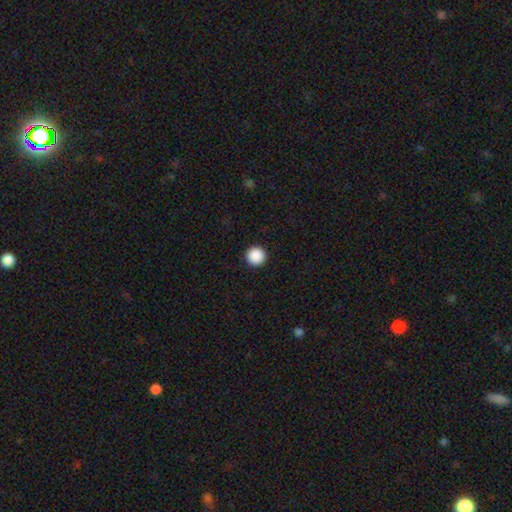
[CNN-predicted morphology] smooth-or-featured: smooth: 90% | star or artifact: 8% | featured or disk: 2%
  how-rounded: round: 97% | in between: 2% | cigar-shaped: 1%
  merging: none: 94% | minor disturbance: 4% | major disturbance: 1% | merger: 1%